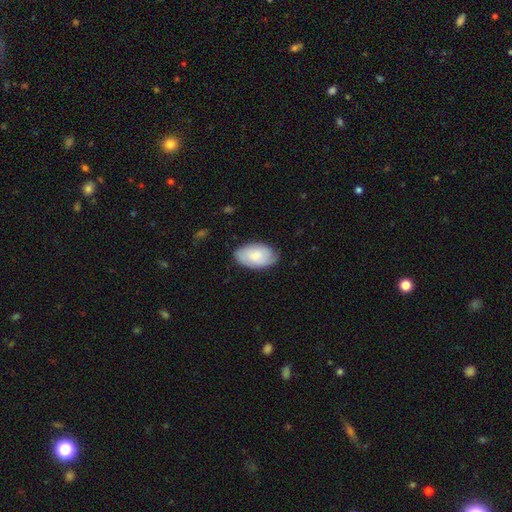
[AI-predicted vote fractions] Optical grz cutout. It shows a smooth galaxy with no disk features (68%) that is in between round and cigar-shaped (94%). Merging: none (76%).